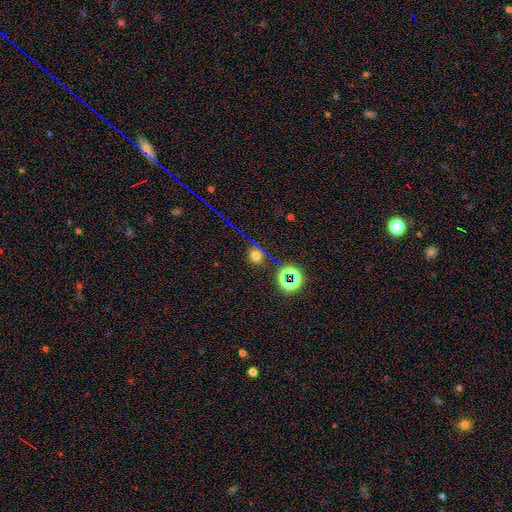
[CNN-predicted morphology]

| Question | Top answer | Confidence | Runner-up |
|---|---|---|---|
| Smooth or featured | smooth | 51% | star or artifact (40%) |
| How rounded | round | 87% | in between (11%) |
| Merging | none | 82% | minor disturbance (10%) |